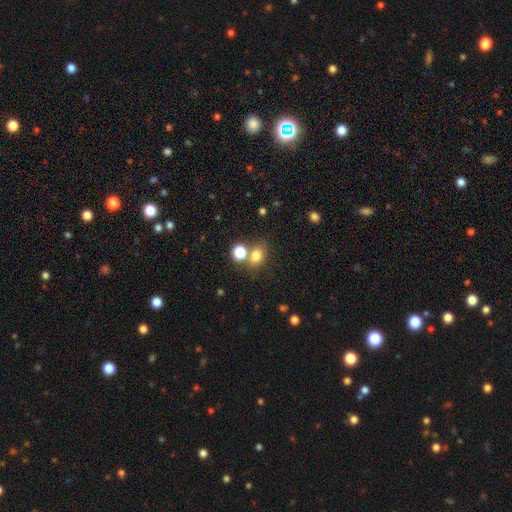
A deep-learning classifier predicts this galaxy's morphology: smooth 77%, star or artifact 14%, featured or disk 9%. Down the decision tree: how rounded — in between (51%); merging — none (58%).